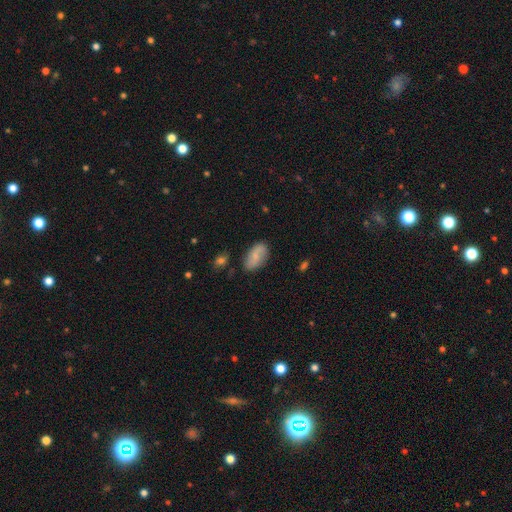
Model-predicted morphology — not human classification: smooth-or-featured: smooth: 67% | featured or disk: 26% | star or artifact: 7%
  how-rounded: in between: 92% | round: 5% | cigar-shaped: 3%
  merging: none: 78% | minor disturbance: 16% | major disturbance: 4% | merger: 3%